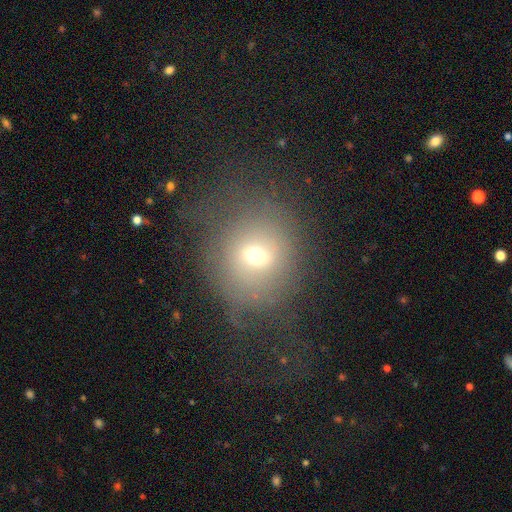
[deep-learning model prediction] This is possibly a smooth galaxy (59%). How rounded: clearly round (80%). Merging: possibly none (56%).